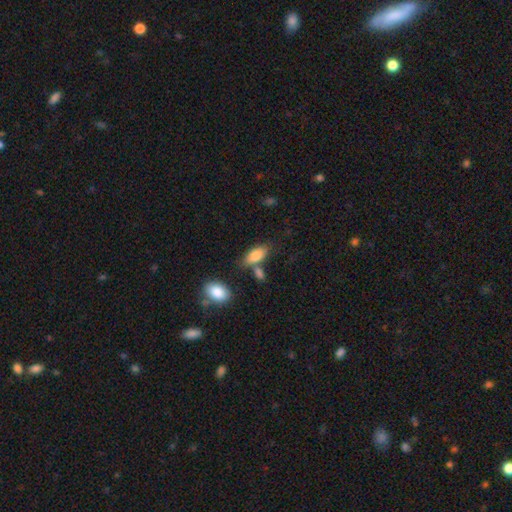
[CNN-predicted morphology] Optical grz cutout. It shows a smooth galaxy with no disk features (84%) that is in between round and cigar-shaped (86%). Merging: none (59%).